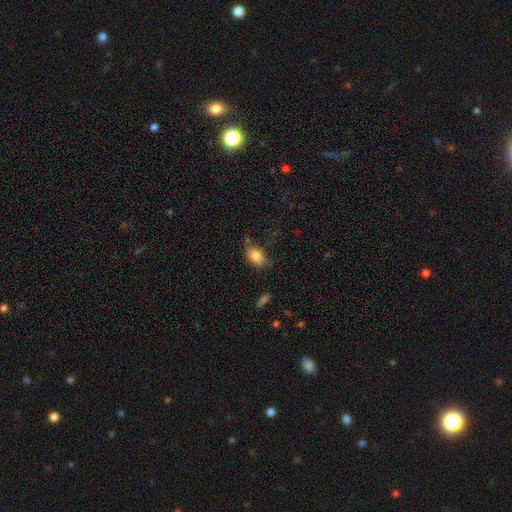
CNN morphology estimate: smooth-or-featured: smooth: 84% | star or artifact: 8% | featured or disk: 8%
  how-rounded: in between: 89% | round: 9% | cigar-shaped: 2%
  merging: none: 64% | minor disturbance: 24% | major disturbance: 7% | merger: 4%